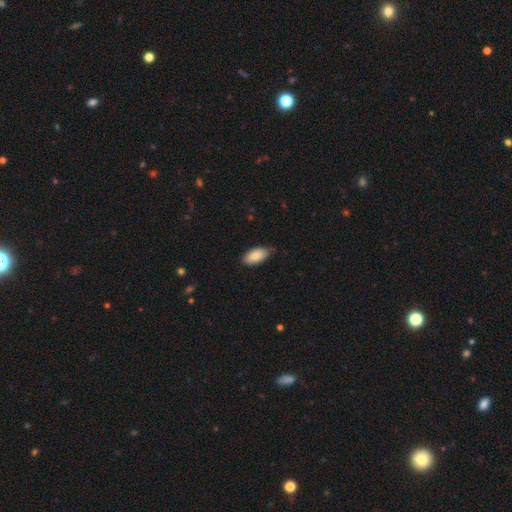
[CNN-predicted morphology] Smooth or featured? Predicted: smooth (p=0.85). How rounded? Predicted: in between (p=0.94). Merging? Predicted: none (p=0.71).